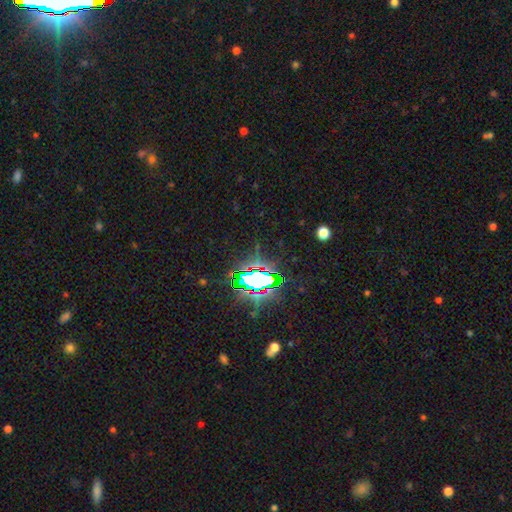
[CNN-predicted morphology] This appears to be a star or artifact, not a galaxy (79%).